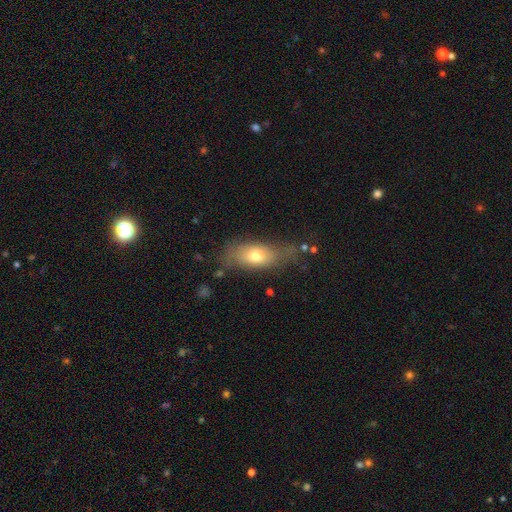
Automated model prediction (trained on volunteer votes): Overall: smooth (68%). How rounded: in between (81%). Merging: none (54%; minor disturbance 28%).